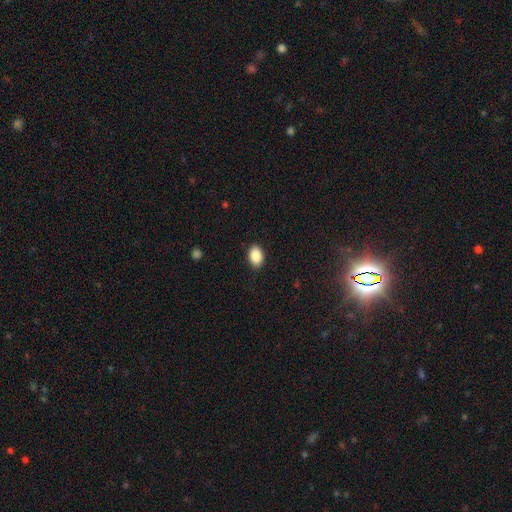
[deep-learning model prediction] Smooth or featured: smooth — 88% (star or artifact — 8%)
How rounded: in between — 84% (round — 15%)
Merging: none — 89% (minor disturbance — 8%)